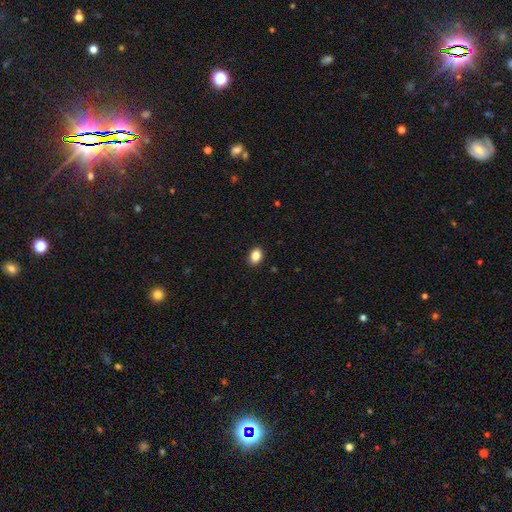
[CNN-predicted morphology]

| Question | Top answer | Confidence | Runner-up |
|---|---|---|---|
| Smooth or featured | smooth | 87% | star or artifact (9%) |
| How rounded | in between | 69% | round (30%) |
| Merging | none | 90% | minor disturbance (7%) |